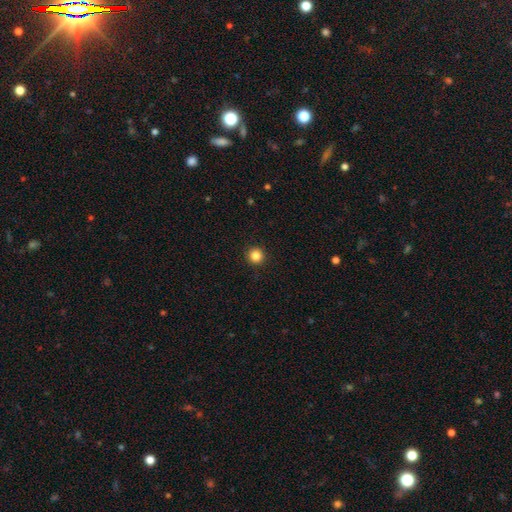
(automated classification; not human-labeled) smooth_or_featured: smooth (p=0.85) [alt: star or artifact p=0.11]
how_rounded: round (p=0.96) [alt: in between p=0.03]
merging: none (p=0.93) [alt: minor disturbance p=0.04]